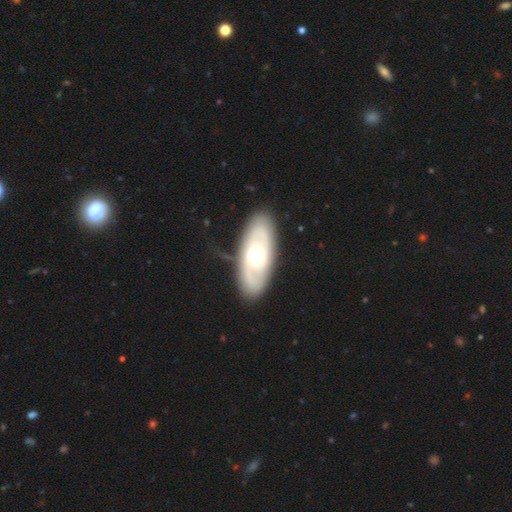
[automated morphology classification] smooth-or-featured: featured or disk: 54% | smooth: 40% | star or artifact: 5%
  disk-edge-on: no: 84% | yes: 16%
  merging: none: 82% | minor disturbance: 12% | major disturbance: 4% | merger: 2%